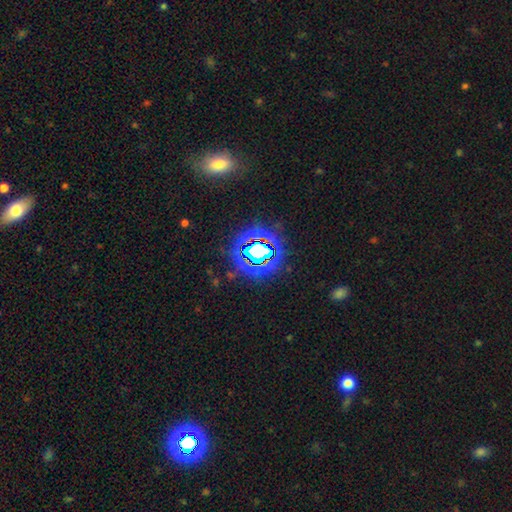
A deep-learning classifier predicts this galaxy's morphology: Smooth or featured: star or artifact — 75% (smooth — 14%)